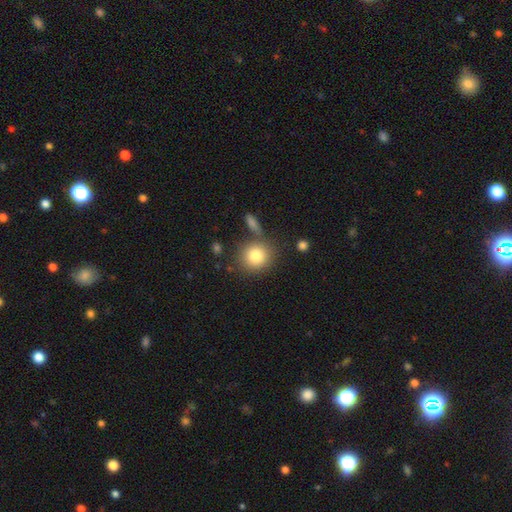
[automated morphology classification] type=smooth (81%); roundness=round (85%); merging=none (74%).